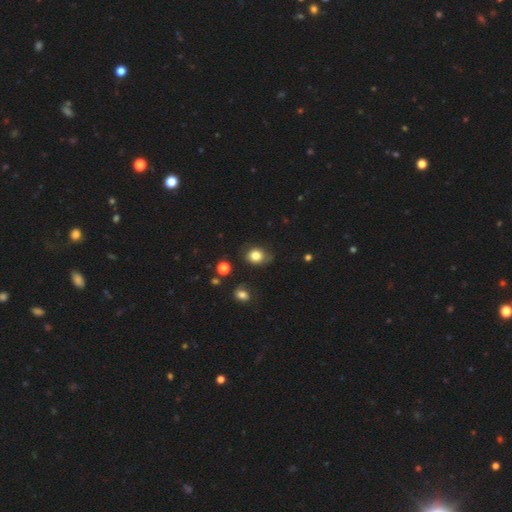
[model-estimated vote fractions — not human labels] smooth-or-featured: smooth: 80% | star or artifact: 11% | featured or disk: 9%
  how-rounded: round: 56% | in between: 43% | cigar-shaped: 1%
  merging: none: 67% | minor disturbance: 24% | major disturbance: 6% | merger: 3%